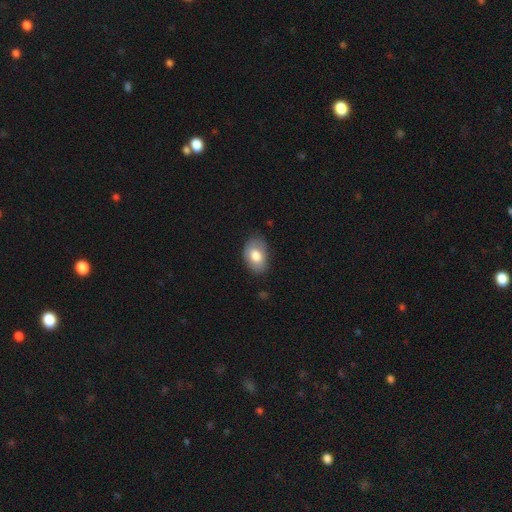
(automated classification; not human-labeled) smooth_or_featured: smooth (p=0.74) [alt: featured or disk p=0.20]
how_rounded: in between (p=0.87) [alt: round p=0.12]
merging: none (p=0.72) [alt: minor disturbance p=0.21]